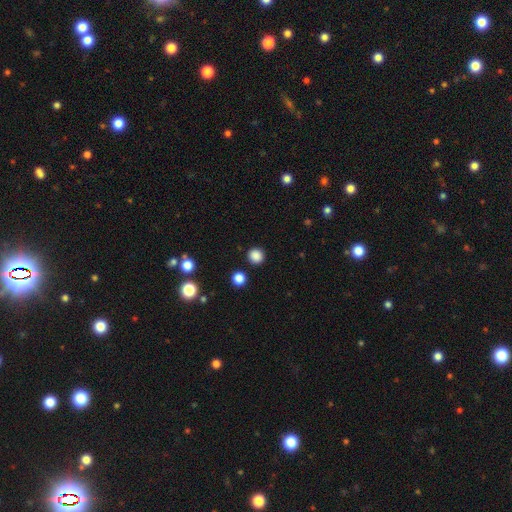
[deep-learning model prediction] smooth 85%, star or artifact 12%, featured or disk 3%. Down the decision tree: how rounded — round (93%); merging — none (90%).